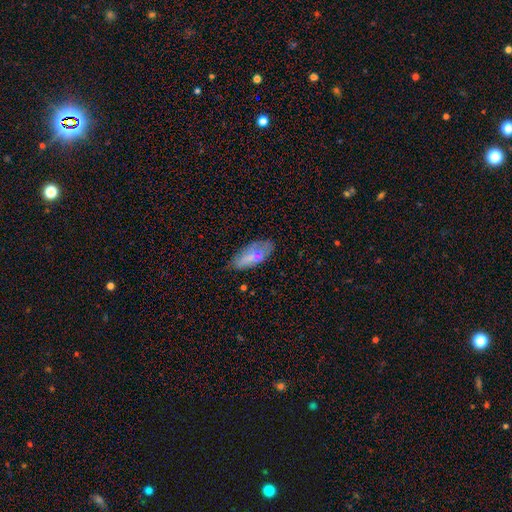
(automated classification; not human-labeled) smooth-or-featured: smooth: 59% | featured or disk: 33% | star or artifact: 8%
  how-rounded: in between: 78% | cigar-shaped: 19% | round: 3%
  merging: none: 62% | minor disturbance: 26% | major disturbance: 8% | merger: 4%